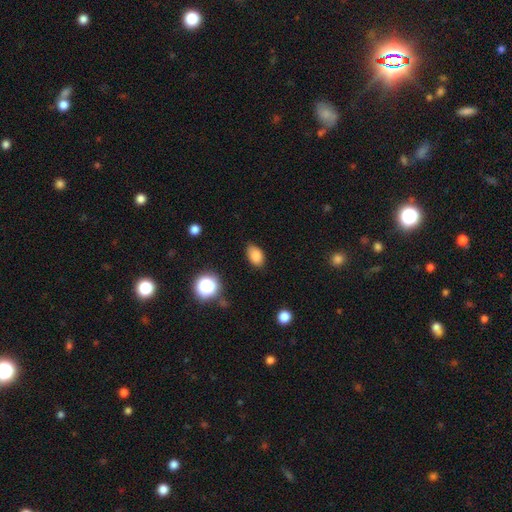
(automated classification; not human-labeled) Q: Smooth or featured?
A: smooth (84%); runner-up: star or artifact (11%)
Q: How rounded?
A: in between (87%); runner-up: round (12%)
Q: Merging?
A: none (78%); runner-up: minor disturbance (17%)